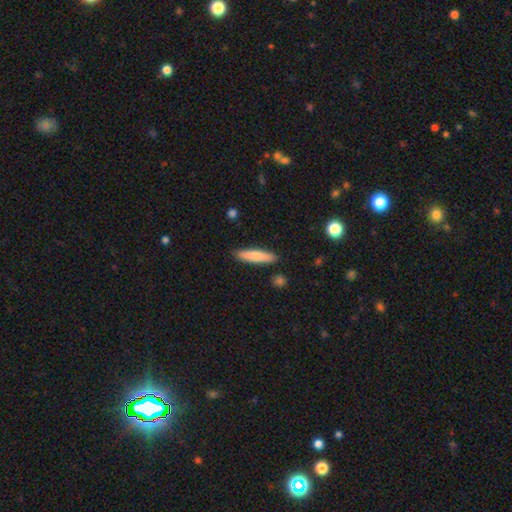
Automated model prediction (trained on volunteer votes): Smooth or featured? Predicted: smooth (p=0.76). How rounded? Predicted: cigar-shaped (p=0.80). Merging? Predicted: none (p=0.88).